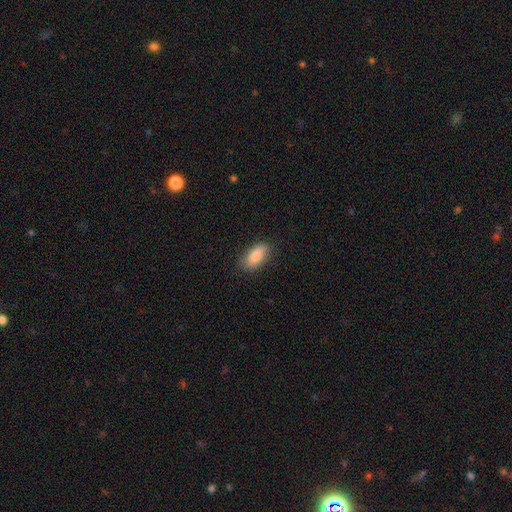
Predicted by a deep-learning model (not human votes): Smooth or featured? Predicted: smooth (p=0.85). How rounded? Predicted: in between (p=0.89). Merging? Predicted: none (p=0.83).